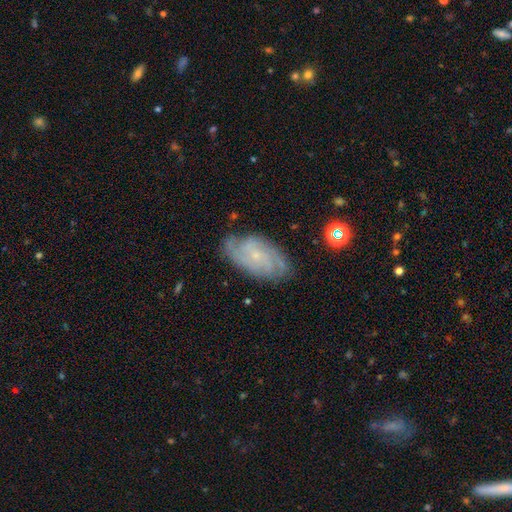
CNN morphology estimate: Smooth or featured: featured or disk — 82% (smooth — 12%)
Edge-on disk: no — 96% (yes — 4%)
Bar: no — 67% (weak — 28%)
Spiral arms: yes — 96% (no — 4%)
Spiral winding: tight — 57% (medium — 35%)
Spiral arm count: can't tell — 28% (2 — 24%)
Bulge size: small — 80% (moderate — 13%)
Merging: none — 77% (minor disturbance — 17%)